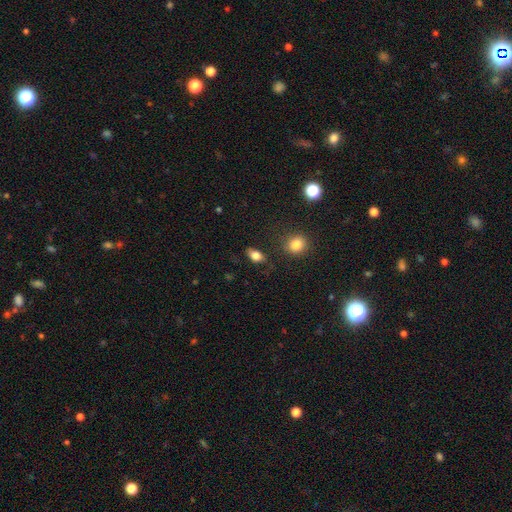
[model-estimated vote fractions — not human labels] This is clearly a smooth galaxy (81%). How rounded: clearly in between (84%). Merging: likely none (80%).